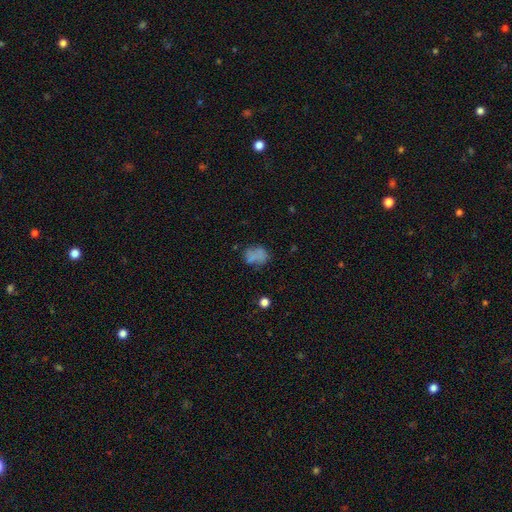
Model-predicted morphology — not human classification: smooth 68%, featured or disk 19%, star or artifact 13%. Down the decision tree: how rounded — in between (58%); merging — none (52%).